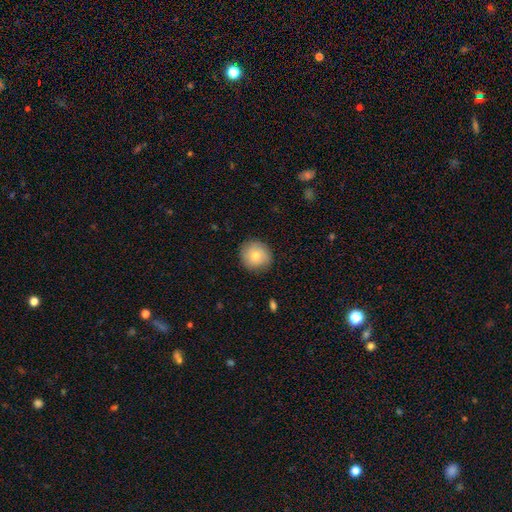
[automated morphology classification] type=smooth (77%); roundness=round (91%); merging=none (86%).